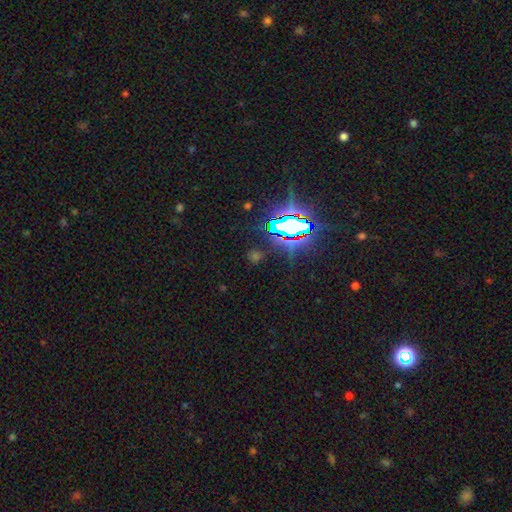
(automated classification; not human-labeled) A star or artifact, not a galaxy (72%).